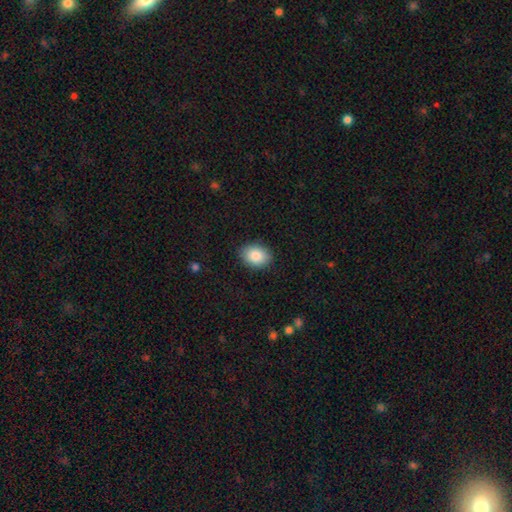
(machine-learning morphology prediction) A smooth galaxy with no disk features (86%) that is in between round and cigar-shaped (65%). Merging: none (88%).